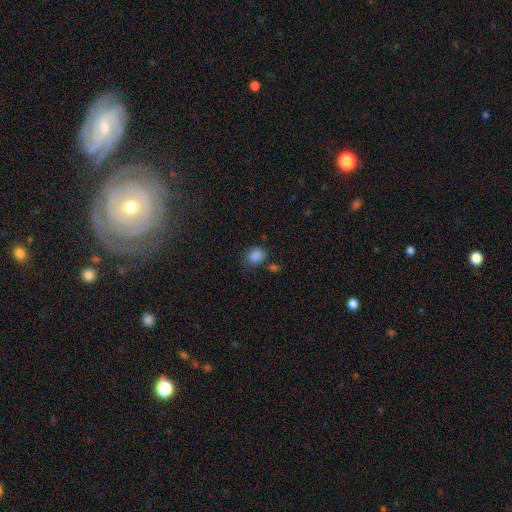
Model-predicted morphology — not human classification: smooth_or_featured: smooth (p=0.84) [alt: star or artifact p=0.11]
how_rounded: round (p=0.58) [alt: in between p=0.41]
merging: none (p=0.65) [alt: minor disturbance p=0.19]